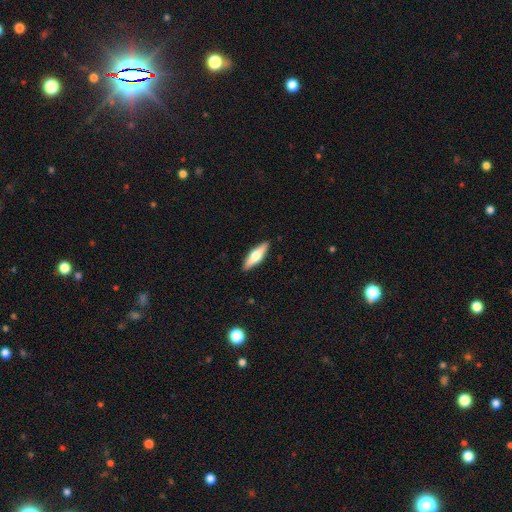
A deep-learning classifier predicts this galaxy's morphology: The model was most divided on "smooth or featured": featured or disk: 48%, smooth: 46%, star or artifact: 6%. More confident: merging — none (90%).